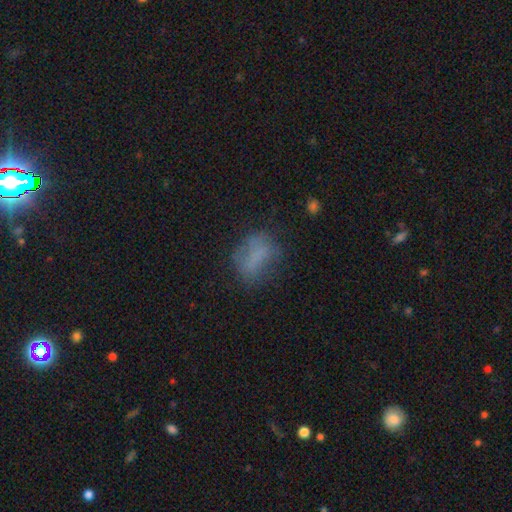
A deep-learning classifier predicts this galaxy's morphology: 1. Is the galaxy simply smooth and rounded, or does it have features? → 65% smooth, 21% featured or disk, 14% star or artifact.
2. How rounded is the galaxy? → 70% in between, 25% round, 6% cigar-shaped.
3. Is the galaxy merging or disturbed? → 56% none, 24% minor disturbance, 16% major disturbance, 3% merger.